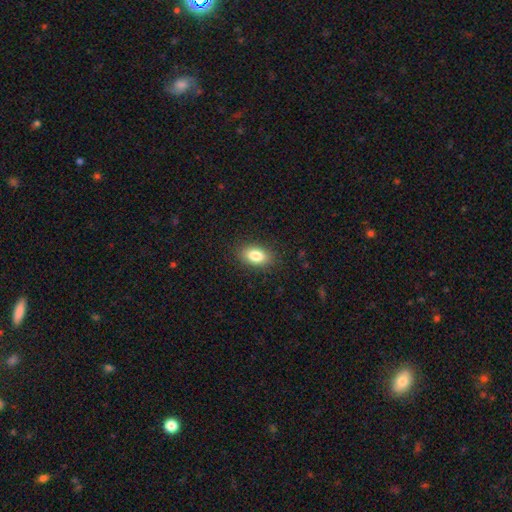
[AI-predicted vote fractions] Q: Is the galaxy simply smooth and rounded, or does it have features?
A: smooth — 84%.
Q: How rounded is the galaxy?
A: in between — 89%.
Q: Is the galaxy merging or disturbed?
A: none — 87%.